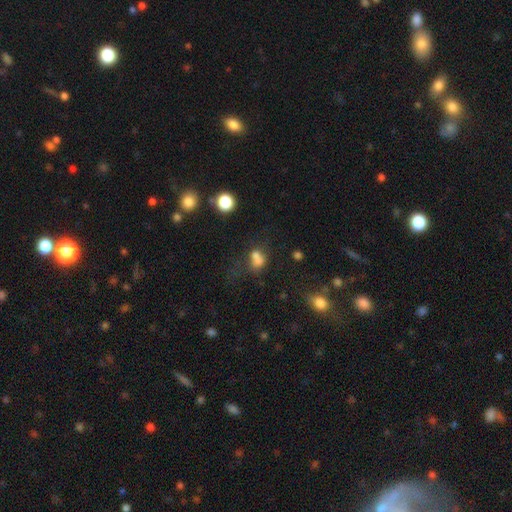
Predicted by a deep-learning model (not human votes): Overall: smooth (68%). How rounded: in between (53%; round 45%). Merging: merger (46%; none 29%).